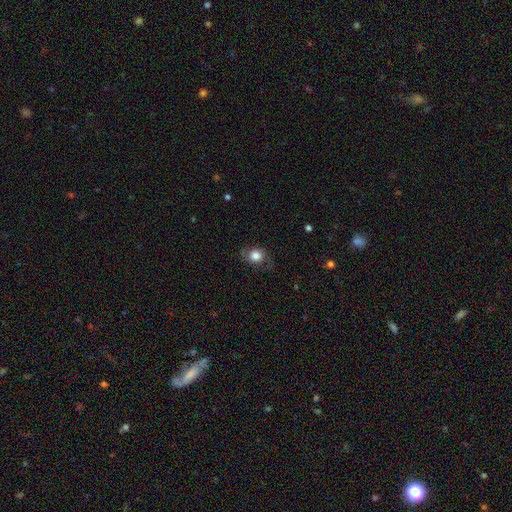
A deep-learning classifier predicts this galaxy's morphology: Smooth or featured: smooth — 74% (featured or disk — 17%)
How rounded: round — 57% (in between — 42%)
Merging: none — 68% (minor disturbance — 21%)